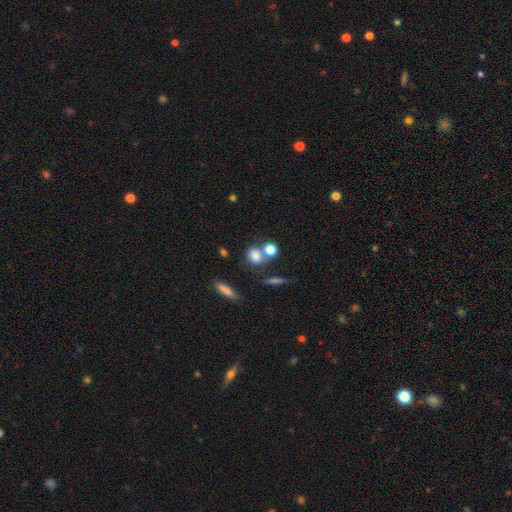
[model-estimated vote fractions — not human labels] This appears to be a smooth galaxy with no disk features (78%) that is round (68%). Merging: none (49%).